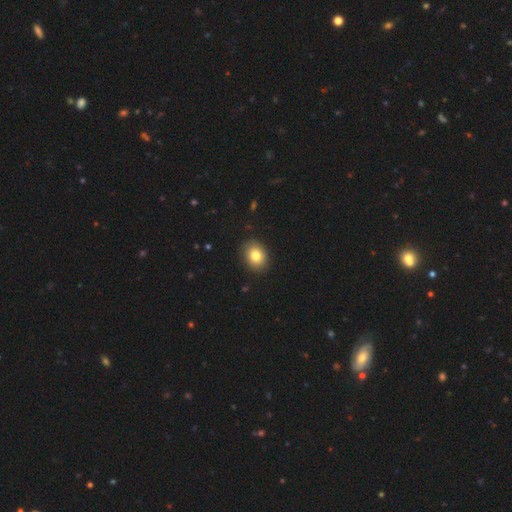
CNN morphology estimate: A smooth galaxy with no disk features (82%) that is in between round and cigar-shaped (53%).

Vote fractions:
- Smooth or featured? smooth: 82% / featured or disk: 9% / star or artifact: 9%
- How rounded? in between: 53% / round: 46% / cigar-shaped: 1%
- Merging? none: 88% / minor disturbance: 9% / major disturbance: 2% / merger: 1%